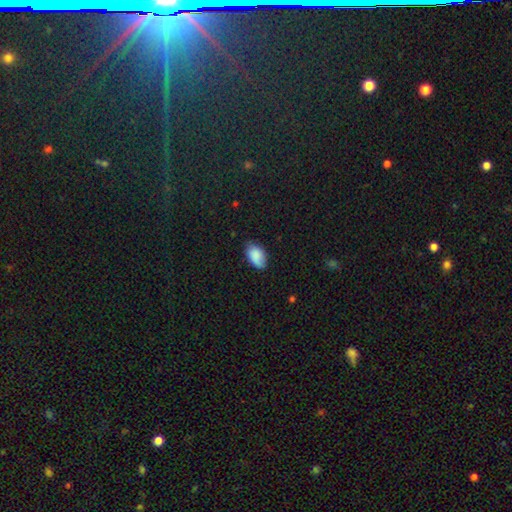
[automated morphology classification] Smooth or featured?
  - smooth: 85% *
  - featured or disk: 8%
  - star or artifact: 7%
How rounded?
  - in between: 92% *
  - round: 7%
  - cigar-shaped: 1%
Merging?
  - none: 70% *
  - minor disturbance: 24%
  - major disturbance: 4%
  - merger: 1%